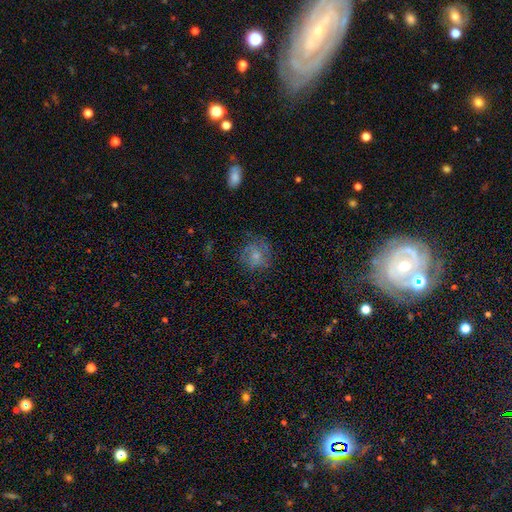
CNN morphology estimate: smooth 60%, featured or disk 30%, star or artifact 10%. Down the decision tree: how rounded — round (83%); merging — none (65%).